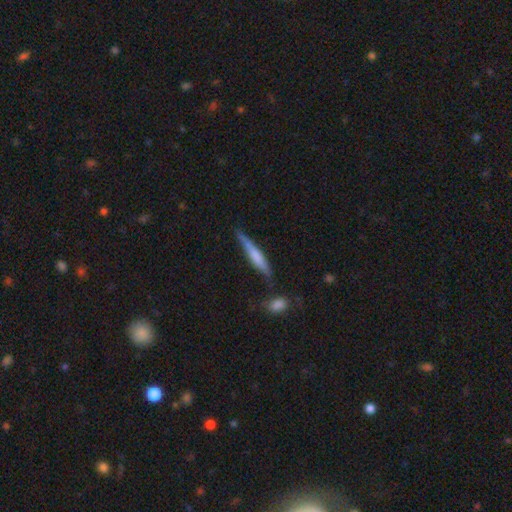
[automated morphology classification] Smooth or featured? smooth (55%)
How rounded? cigar-shaped (91%)
Merging? none (65%)